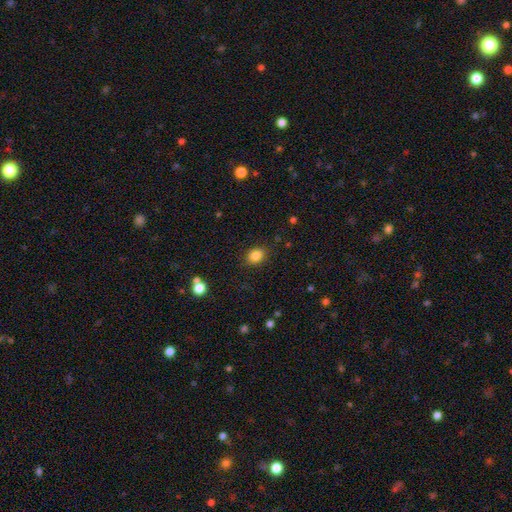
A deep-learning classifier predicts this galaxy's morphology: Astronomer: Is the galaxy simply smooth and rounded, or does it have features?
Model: smooth — 84%.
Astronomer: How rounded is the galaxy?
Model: round — 54% (runner-up: in between, 45%).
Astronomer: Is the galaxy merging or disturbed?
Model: none — 87%.